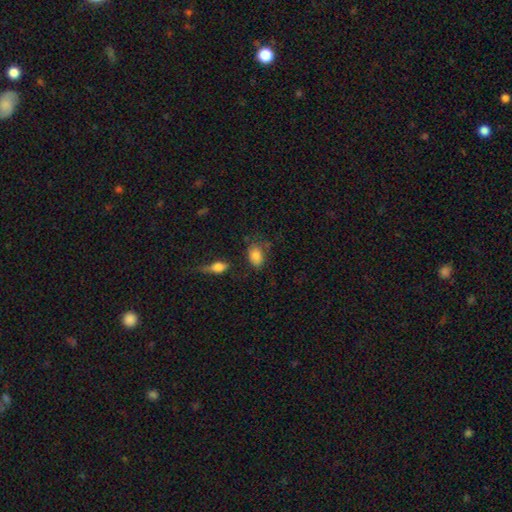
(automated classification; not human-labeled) Q: Smooth or featured?
A: smooth (82%); runner-up: featured or disk (10%)
Q: How rounded?
A: in between (79%); runner-up: round (20%)
Q: Merging?
A: none (59%); runner-up: minor disturbance (23%)